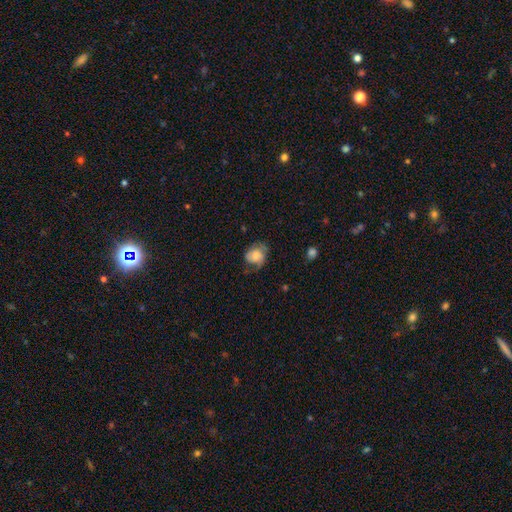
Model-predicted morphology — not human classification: Q: Smooth or featured?
A: smooth (55%); runner-up: featured or disk (37%)
Q: How rounded?
A: round (53%); runner-up: in between (46%)
Q: Merging?
A: none (48%); runner-up: minor disturbance (30%)